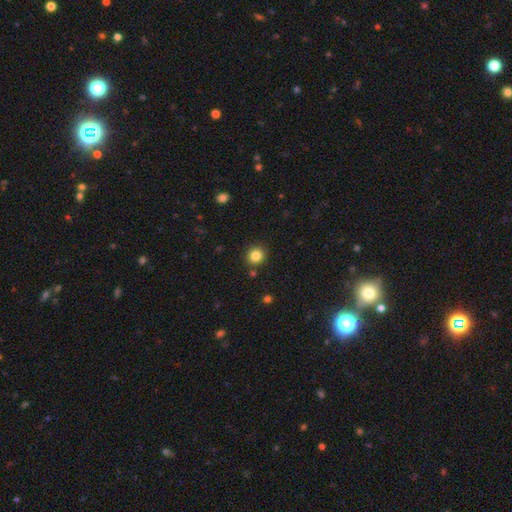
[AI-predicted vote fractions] smooth_or_featured: smooth (p=0.83) [alt: star or artifact p=0.12]
how_rounded: round (p=0.92) [alt: in between p=0.07]
merging: none (p=0.88) [alt: minor disturbance p=0.06]